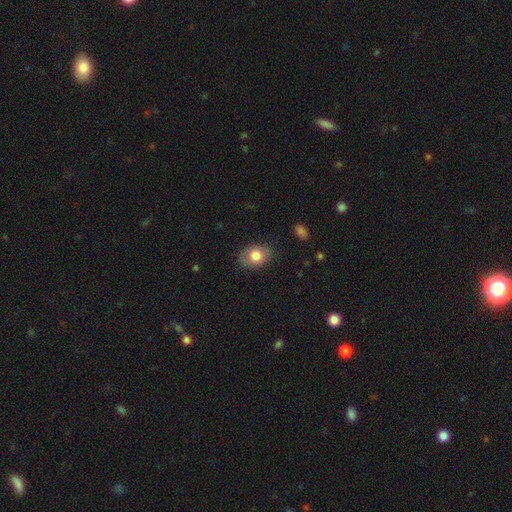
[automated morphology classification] smooth 78%, featured or disk 15%, star or artifact 8%. Down the decision tree: how rounded — in between (71%); merging — none (77%).